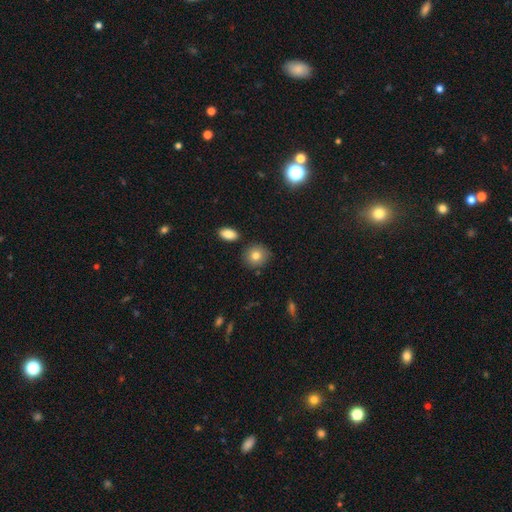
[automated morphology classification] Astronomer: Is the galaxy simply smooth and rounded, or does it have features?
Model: smooth — 79%.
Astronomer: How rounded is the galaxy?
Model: round — 81%.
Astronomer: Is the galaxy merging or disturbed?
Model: none — 84%.